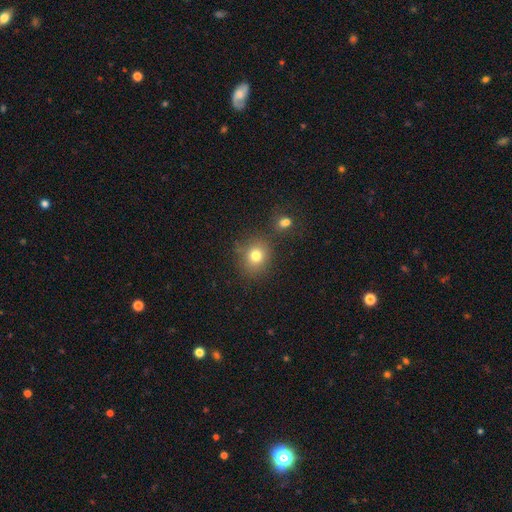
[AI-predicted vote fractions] This is likely a smooth galaxy (77%). How rounded: likely round (78%). Merging: likely none (77%).